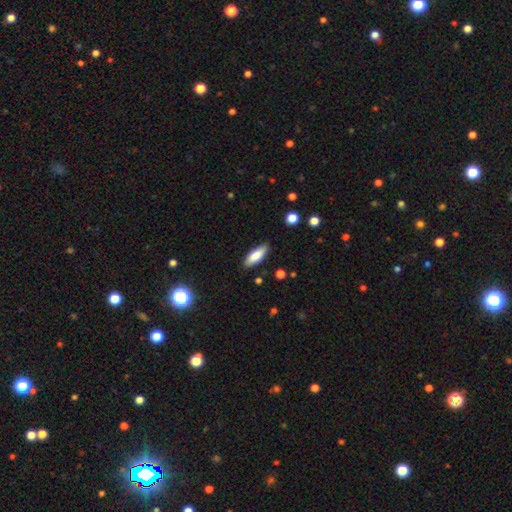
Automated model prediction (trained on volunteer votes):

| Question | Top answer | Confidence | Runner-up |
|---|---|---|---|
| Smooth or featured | smooth | 81% | featured or disk (13%) |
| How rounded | in between | 63% | cigar-shaped (35%) |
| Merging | none | 86% | minor disturbance (11%) |